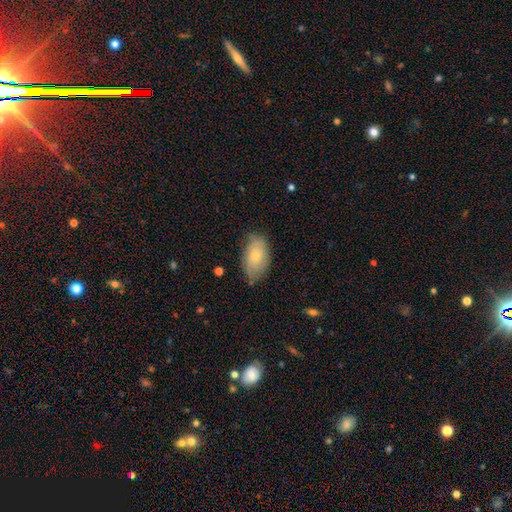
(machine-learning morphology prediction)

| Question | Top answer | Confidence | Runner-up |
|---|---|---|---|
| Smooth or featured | smooth | 70% | featured or disk (23%) |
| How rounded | in between | 93% | round (4%) |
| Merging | none | 69% | minor disturbance (24%) |